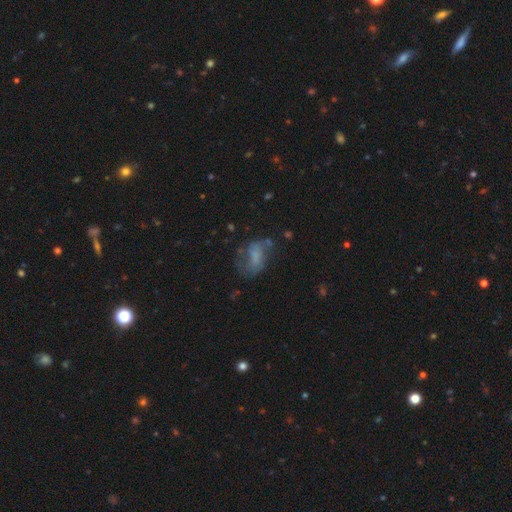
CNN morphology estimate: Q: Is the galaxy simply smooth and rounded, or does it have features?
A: smooth — 44%.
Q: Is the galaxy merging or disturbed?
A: none — 40%.